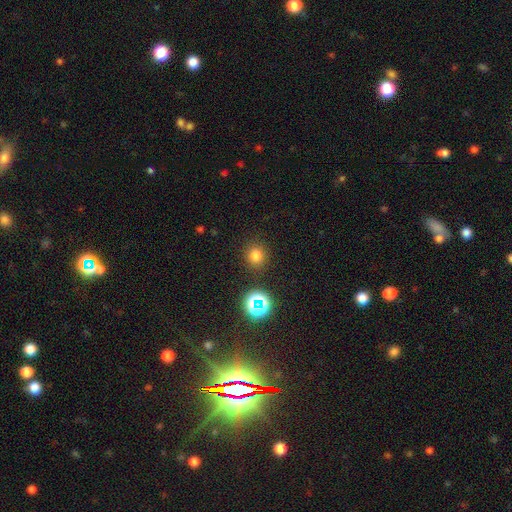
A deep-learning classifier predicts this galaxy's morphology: Q: Smooth or featured?
A: smooth (75%); runner-up: star or artifact (20%)
Q: How rounded?
A: round (85%); runner-up: in between (14%)
Q: Merging?
A: none (87%); runner-up: minor disturbance (7%)